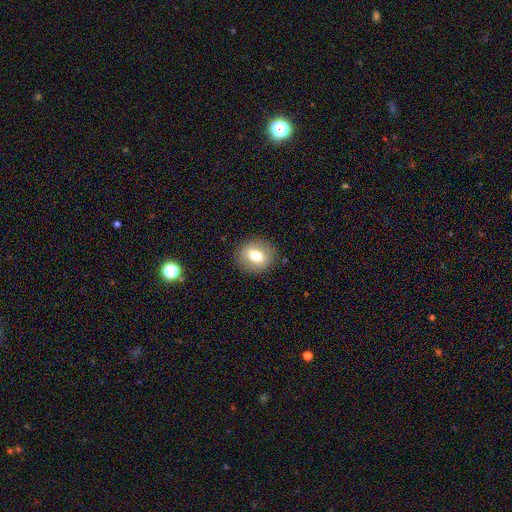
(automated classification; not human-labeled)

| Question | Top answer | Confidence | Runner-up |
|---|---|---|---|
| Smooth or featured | smooth | 70% | featured or disk (20%) |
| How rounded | round | 68% | in between (31%) |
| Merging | none | 87% | minor disturbance (9%) |